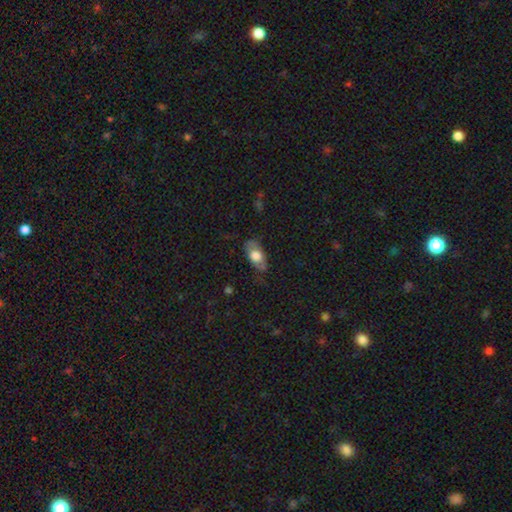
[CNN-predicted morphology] Smooth or featured? Predicted: smooth (p=0.63). How rounded? Predicted: in between (p=0.87). Merging? Predicted: none (p=0.72).